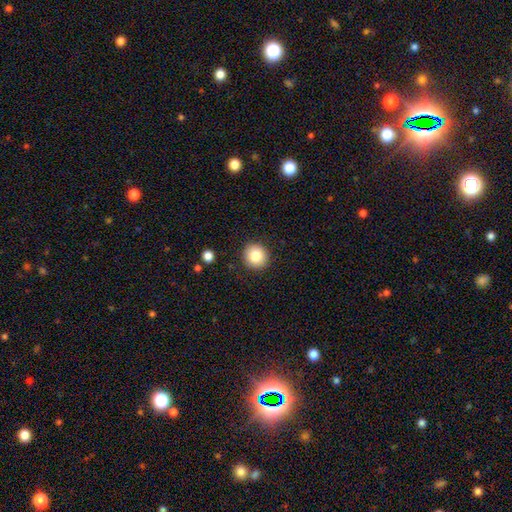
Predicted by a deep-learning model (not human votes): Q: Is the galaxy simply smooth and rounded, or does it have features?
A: smooth — 83%.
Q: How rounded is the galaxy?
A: round — 91%.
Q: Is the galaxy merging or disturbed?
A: none — 90%.